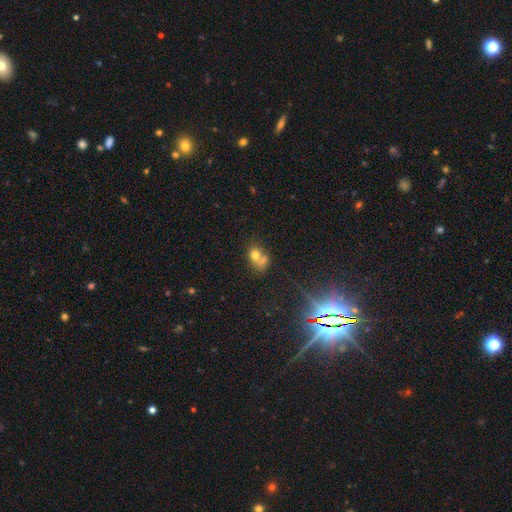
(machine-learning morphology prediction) smooth 62%, featured or disk 20%, star or artifact 17%. Down the decision tree: how rounded — in between (49%, tied with round); merging — merger (54%).